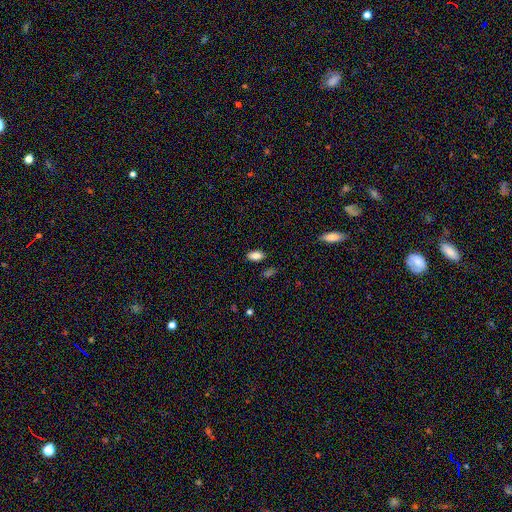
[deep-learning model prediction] The model was most divided on "smooth or featured": smooth: 83%, star or artifact: 9%, featured or disk: 8%. More confident: how rounded — in between (90%); merging — none (86%).